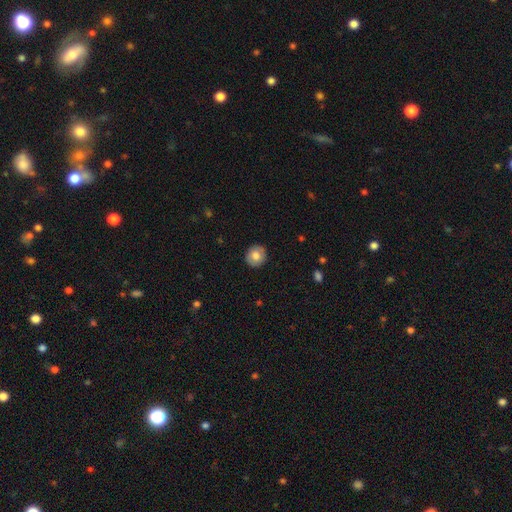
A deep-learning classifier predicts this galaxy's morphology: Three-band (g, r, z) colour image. It shows a smooth galaxy with no disk features (76%) that is round (87%). Merging: none (90%).